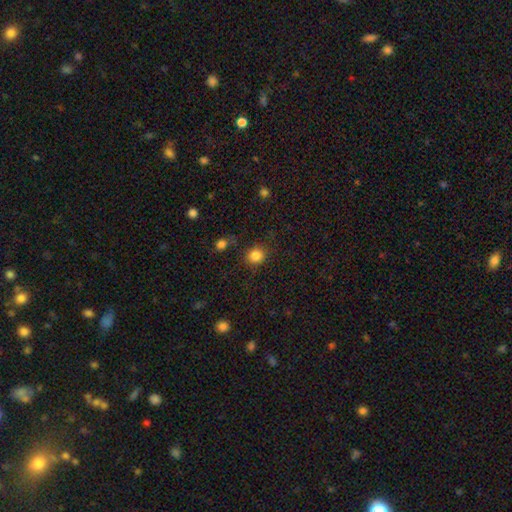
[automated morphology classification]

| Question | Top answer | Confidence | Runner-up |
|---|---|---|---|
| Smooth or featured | smooth | 84% | star or artifact (12%) |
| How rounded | round | 85% | in between (15%) |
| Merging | none | 82% | minor disturbance (10%) |